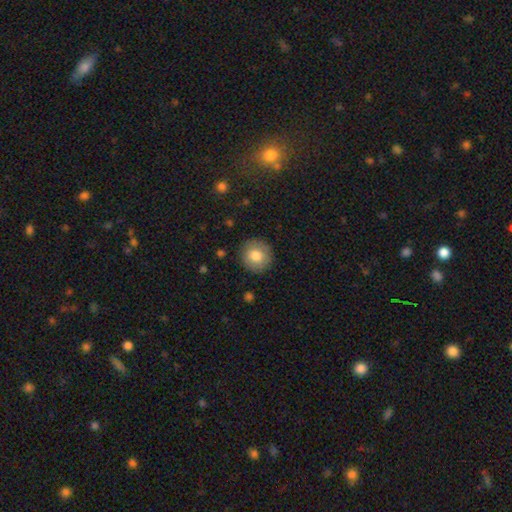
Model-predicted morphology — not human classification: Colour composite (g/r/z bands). It shows a smooth galaxy with no disk features (79%) that is round (92%). Merging: none (89%).